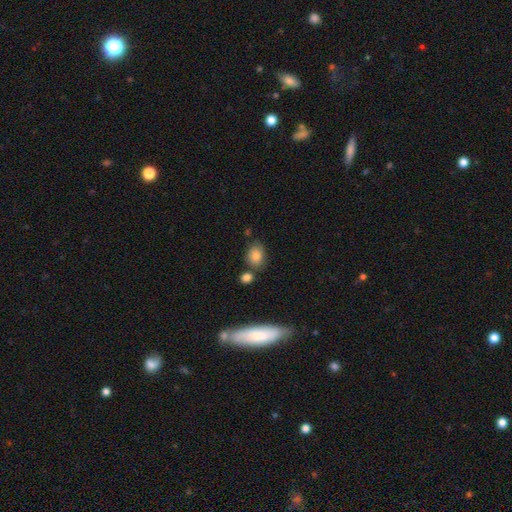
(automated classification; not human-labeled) smooth-or-featured: smooth: 82% | star or artifact: 10% | featured or disk: 8%
  how-rounded: in between: 65% | round: 33% | cigar-shaped: 2%
  merging: none: 68% | minor disturbance: 14% | merger: 14% | major disturbance: 4%